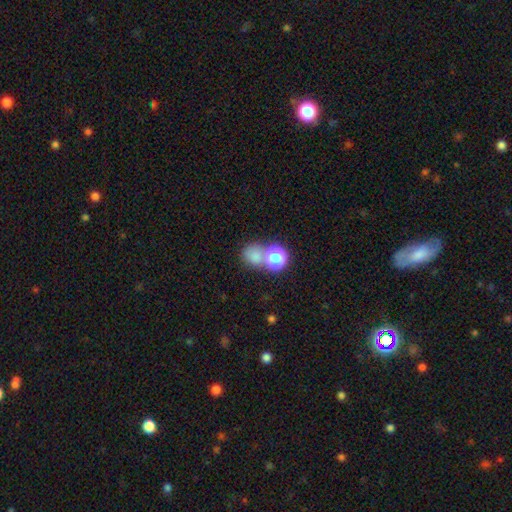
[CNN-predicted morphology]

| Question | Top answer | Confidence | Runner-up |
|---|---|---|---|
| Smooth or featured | smooth | 74% | star or artifact (18%) |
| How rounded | round | 74% | in between (25%) |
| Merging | none | 47% | merger (38%) |